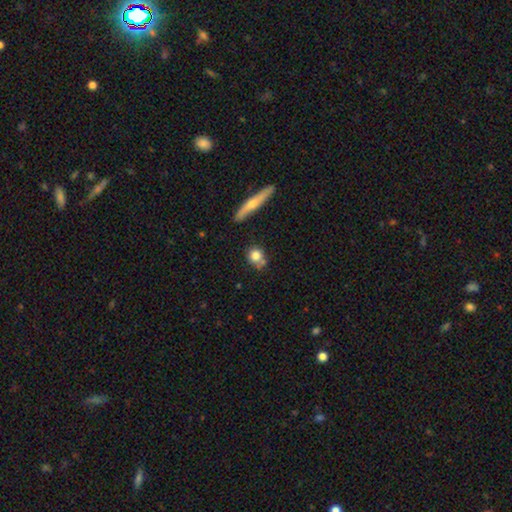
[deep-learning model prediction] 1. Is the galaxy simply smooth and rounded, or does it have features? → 76% smooth, 15% featured or disk, 9% star or artifact.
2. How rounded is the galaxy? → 77% round, 19% in between, 5% cigar-shaped.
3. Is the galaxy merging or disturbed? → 63% none, 17% minor disturbance, 16% merger, 5% major disturbance.